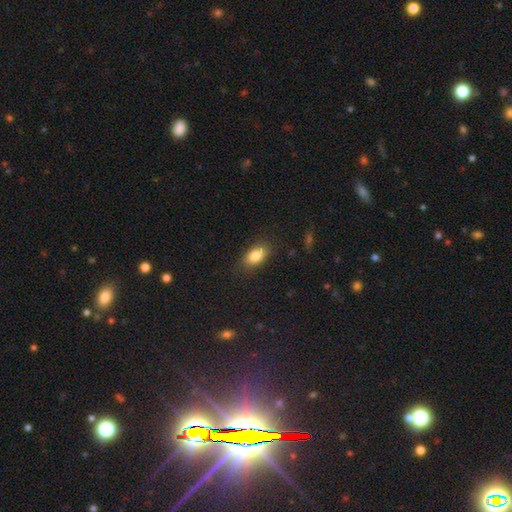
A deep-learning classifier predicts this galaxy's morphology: type=smooth (84%); roundness=in between (89%); merging=none (85%).